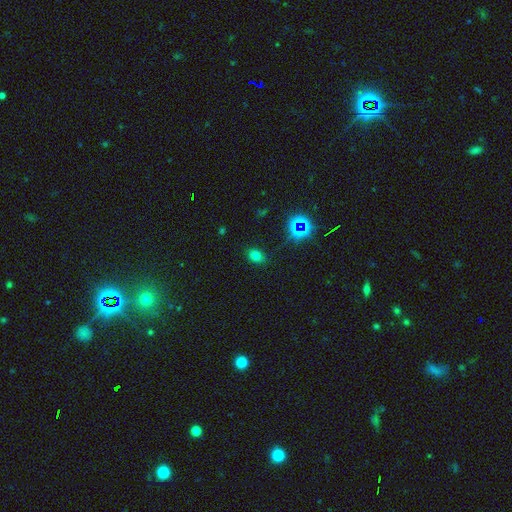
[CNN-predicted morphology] smooth 70%, star or artifact 23%, featured or disk 7%. Down the decision tree: how rounded — in between (62%); merging — none (84%).